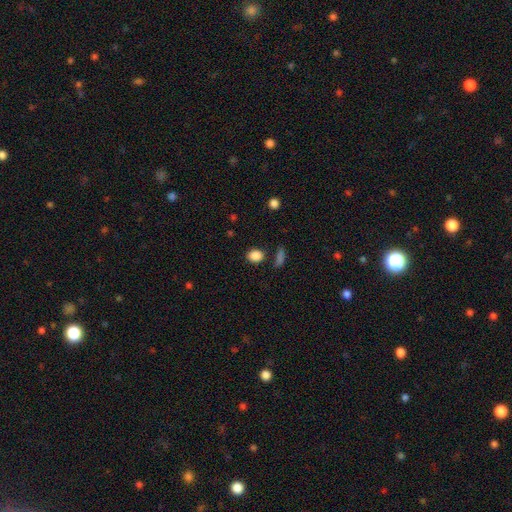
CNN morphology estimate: Q: Smooth or featured?
A: smooth (86%); runner-up: star or artifact (10%)
Q: How rounded?
A: in between (50%); runner-up: round (48%)
Q: Merging?
A: none (79%); runner-up: minor disturbance (11%)